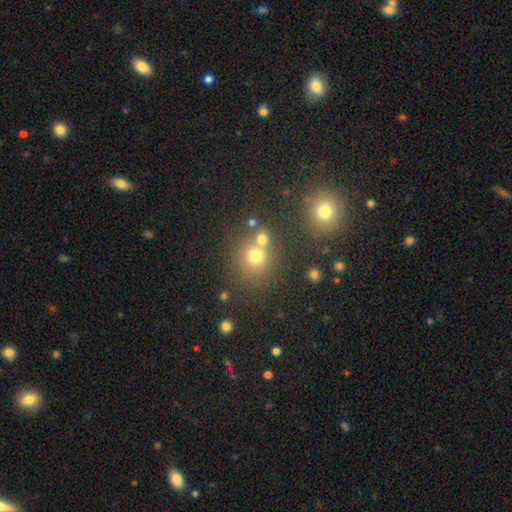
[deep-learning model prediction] This is likely a smooth galaxy (70%). How rounded: clearly round (84%). Merging: possibly none (57%).